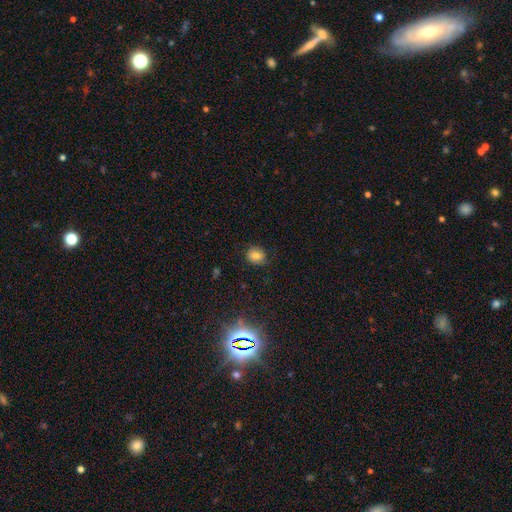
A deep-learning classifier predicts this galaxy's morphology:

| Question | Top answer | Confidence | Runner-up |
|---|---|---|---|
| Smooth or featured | smooth | 70% | featured or disk (16%) |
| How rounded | round | 61% | in between (38%) |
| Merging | none | 76% | minor disturbance (18%) |